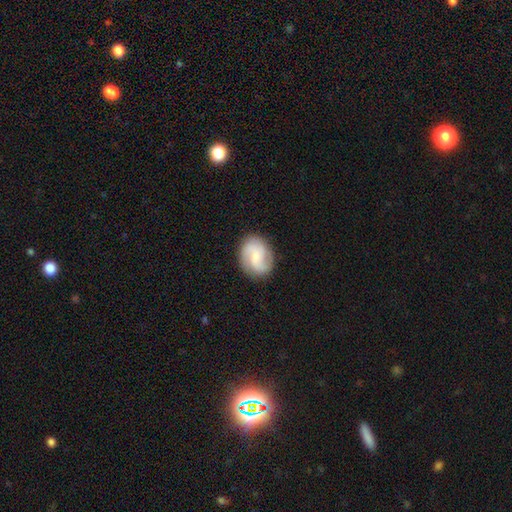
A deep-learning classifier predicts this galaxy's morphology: smooth_or_featured: featured or disk (p=0.65) [alt: smooth p=0.28]
disk_edge_on: no (p=0.98) [alt: yes p=0.02]
bar: no (p=0.51) [alt: weak p=0.41]
has_spiral_arms: yes (p=0.95) [alt: no p=0.05]
spiral_winding: medium (p=0.48) [alt: tight p=0.27]
spiral_arm_count: 2 (p=0.53) [alt: 3 p=0.26]
bulge_size: small (p=0.50) [alt: moderate p=0.29]
merging: none (p=0.83) [alt: minor disturbance p=0.12]